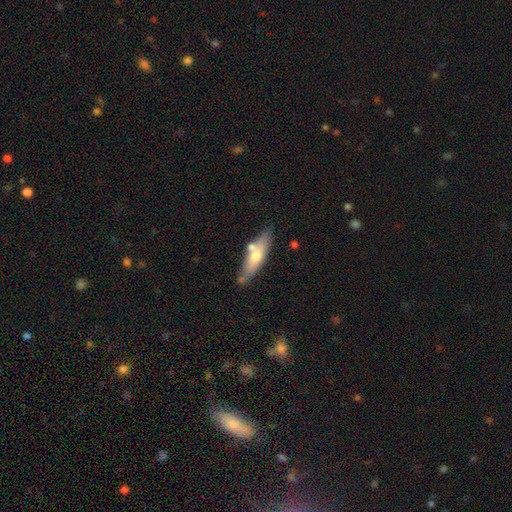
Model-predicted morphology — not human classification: The model was most divided on "smooth or featured": smooth: 54%, featured or disk: 40%, star or artifact: 6%. More confident: merging — none (69%); how rounded — cigar-shaped (59%).